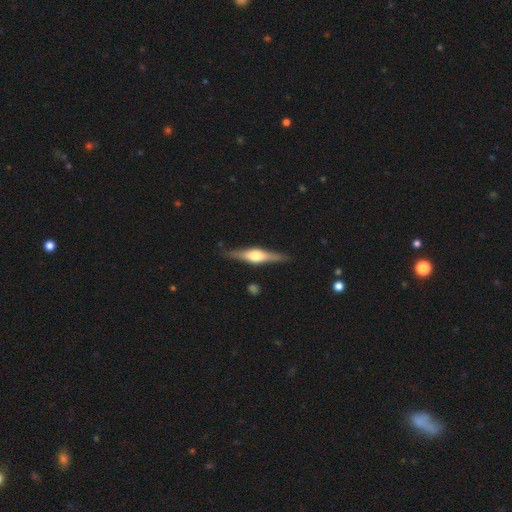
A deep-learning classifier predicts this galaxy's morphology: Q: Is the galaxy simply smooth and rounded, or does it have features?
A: featured or disk — 74%.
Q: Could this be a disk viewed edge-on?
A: yes — 97%.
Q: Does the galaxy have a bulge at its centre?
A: rounded — 89%.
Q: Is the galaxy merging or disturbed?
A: none — 88%.